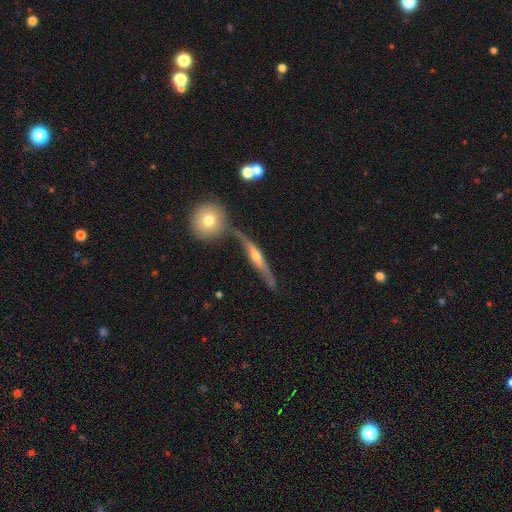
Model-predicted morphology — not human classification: A featured or disk galaxy (73%) viewed edge-on (90%) with a rounded central bulge (80%). Merging: none (68%).